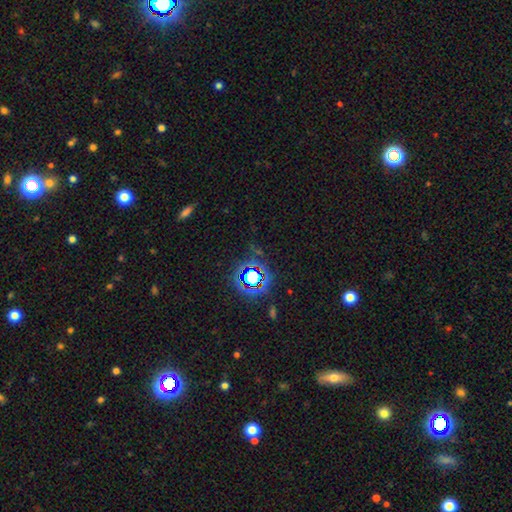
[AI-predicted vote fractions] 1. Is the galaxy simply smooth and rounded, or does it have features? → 76% star or artifact, 14% smooth, 9% featured or disk.